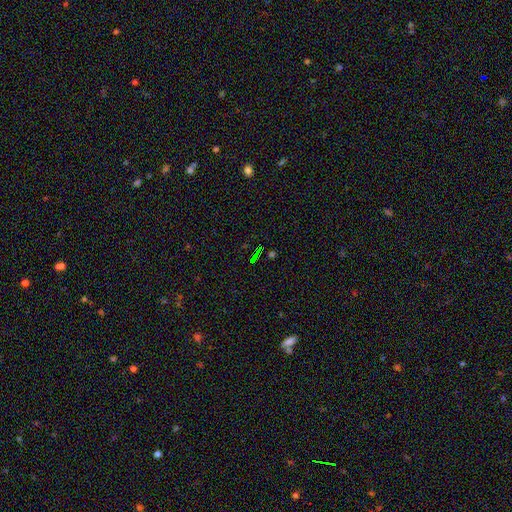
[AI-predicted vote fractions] star or artifact 68%, smooth 20%, featured or disk 12%.